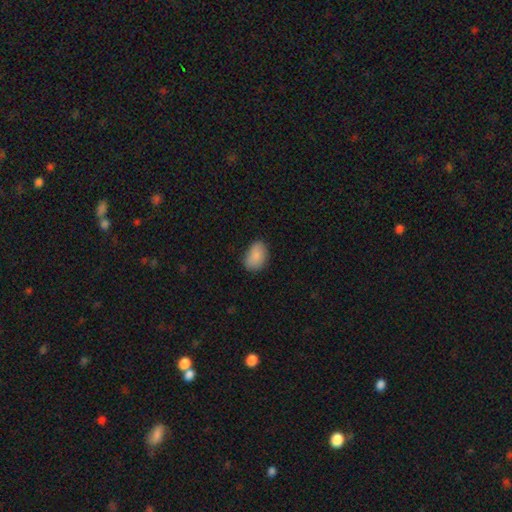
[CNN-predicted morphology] smooth_or_featured: smooth (p=0.87) [alt: star or artifact p=0.07]
how_rounded: in between (p=0.82) [alt: round p=0.17]
merging: none (p=0.72) [alt: minor disturbance p=0.22]